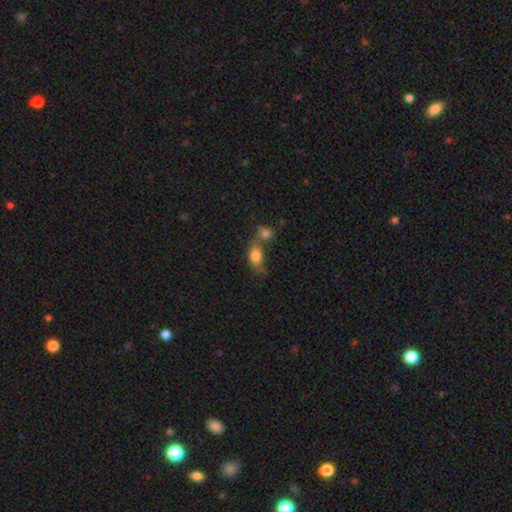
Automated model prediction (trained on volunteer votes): smooth 80%, featured or disk 12%, star or artifact 8%. Down the decision tree: how rounded — in between (81%); merging — merger (48%).